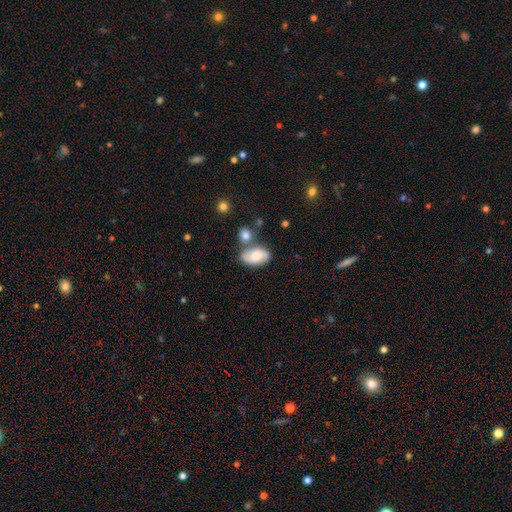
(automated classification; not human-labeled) The model was most divided on "smooth or featured": smooth: 57%, featured or disk: 35%, star or artifact: 9%. Remaining: how rounded — in between (90%); merging — none (49%).